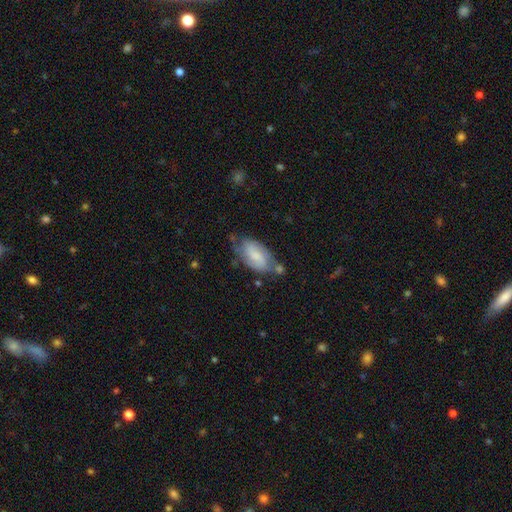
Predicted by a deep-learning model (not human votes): Q: Smooth or featured?
A: smooth (48%); runner-up: featured or disk (45%)
Q: Merging?
A: none (46%); runner-up: minor disturbance (31%)